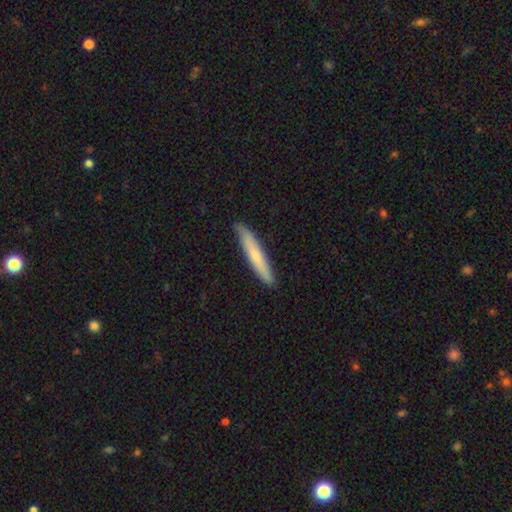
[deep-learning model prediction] Smooth or featured? smooth (63%)
How rounded? cigar-shaped (94%)
Merging? none (88%)